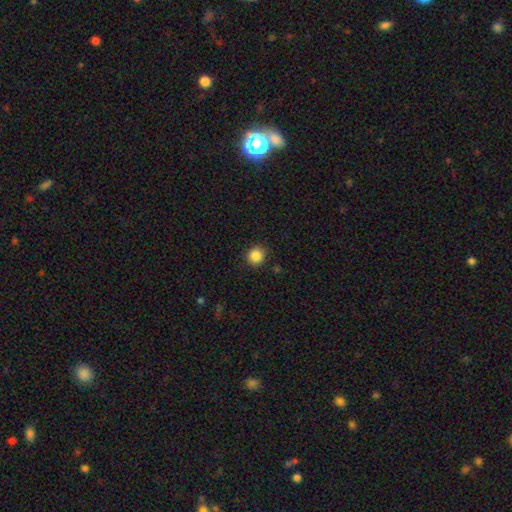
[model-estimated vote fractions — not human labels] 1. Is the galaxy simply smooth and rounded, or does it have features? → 87% smooth, 10% star or artifact, 3% featured or disk.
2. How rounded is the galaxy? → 90% round, 9% in between, 1% cigar-shaped.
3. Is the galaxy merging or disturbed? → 90% none, 7% minor disturbance, 2% major disturbance, 1% merger.